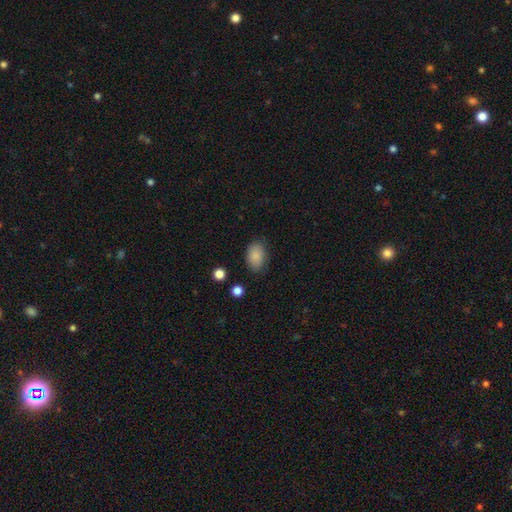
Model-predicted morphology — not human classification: A smooth galaxy with no disk features (87%) that is in between round and cigar-shaped (87%). Merging: none (81%).